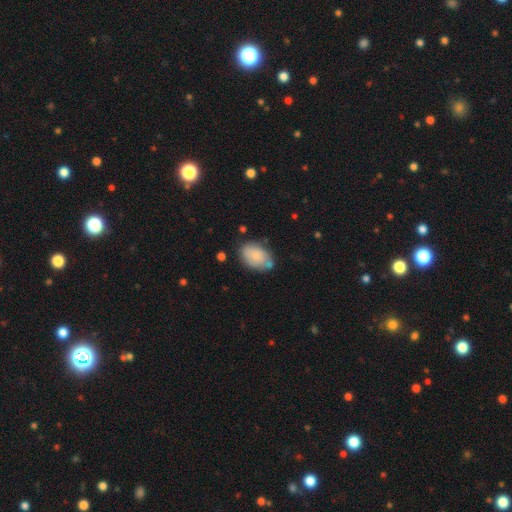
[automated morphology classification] smooth_or_featured: smooth (p=0.78) [alt: featured or disk p=0.15]
how_rounded: in between (p=0.89) [alt: round p=0.10]
merging: none (p=0.64) [alt: minor disturbance p=0.24]